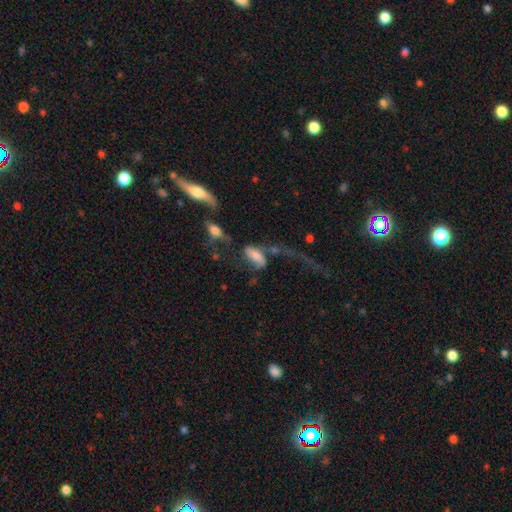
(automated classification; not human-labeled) This appears to be a featured or disk galaxy (46%). Merging: major disturbance (38%).